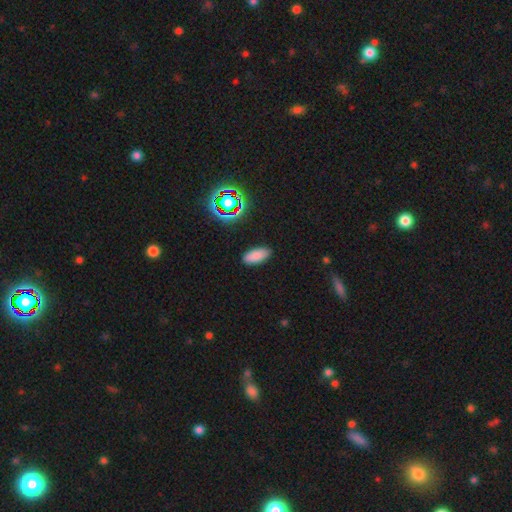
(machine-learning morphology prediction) A smooth galaxy with no disk features (82%) that is in between round and cigar-shaped (87%).

Vote fractions:
- Smooth or featured? smooth: 82% / star or artifact: 12% / featured or disk: 6%
- How rounded? in between: 87% / cigar-shaped: 10% / round: 2%
- Merging? none: 88% / minor disturbance: 9% / major disturbance: 2% / merger: 1%